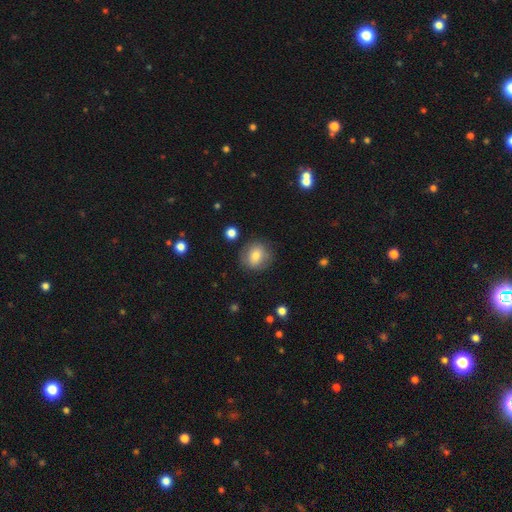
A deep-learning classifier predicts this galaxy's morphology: A smooth galaxy with no disk features (74%) that is round (80%).

Vote fractions:
- Smooth or featured? smooth: 74% / featured or disk: 17% / star or artifact: 9%
- How rounded? round: 80% / in between: 19% / cigar-shaped: 1%
- Merging? none: 83% / minor disturbance: 12% / major disturbance: 4% / merger: 2%